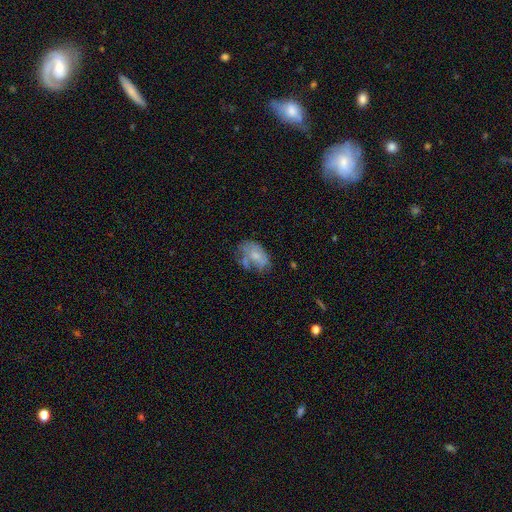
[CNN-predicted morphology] type=smooth (59%); roundness=in between (89%); merging=none (38%).